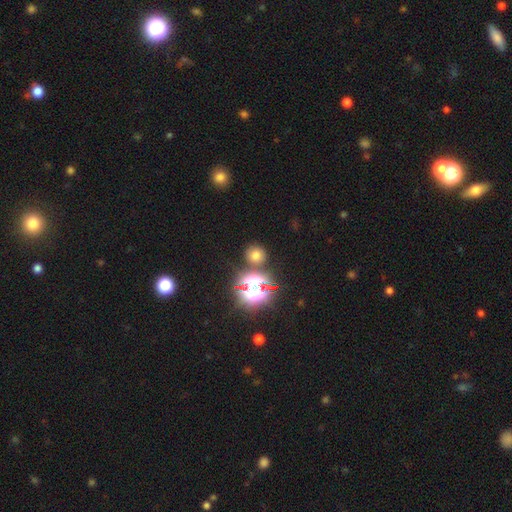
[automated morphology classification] smooth_or_featured: smooth (p=0.67) [alt: star or artifact p=0.26]
how_rounded: round (p=0.89) [alt: in between p=0.10]
merging: none (p=0.81) [alt: minor disturbance p=0.08]